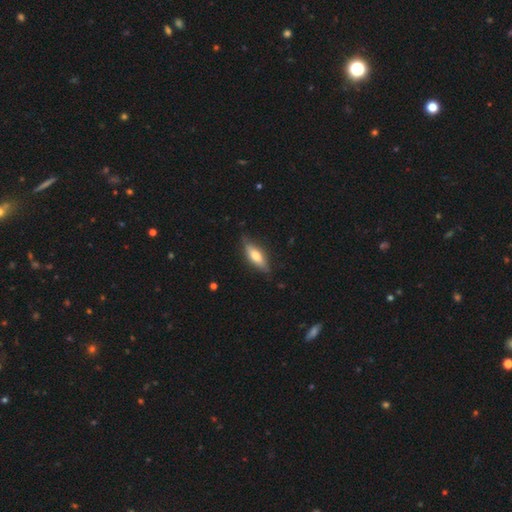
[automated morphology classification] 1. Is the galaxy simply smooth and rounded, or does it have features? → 62% smooth, 33% featured or disk, 6% star or artifact.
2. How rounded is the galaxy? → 54% in between, 44% cigar-shaped, 2% round.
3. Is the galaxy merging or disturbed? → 79% none, 17% minor disturbance, 3% major disturbance, 1% merger.